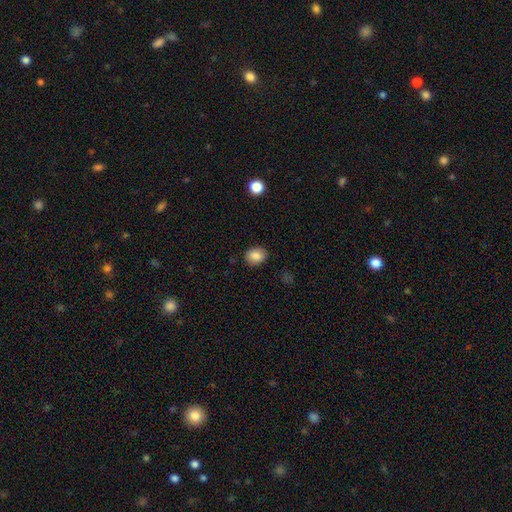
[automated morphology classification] smooth_or_featured: smooth (p=0.86) [alt: star or artifact p=0.09]
how_rounded: round (p=0.50) [alt: in between p=0.49]
merging: none (p=0.86) [alt: minor disturbance p=0.10]